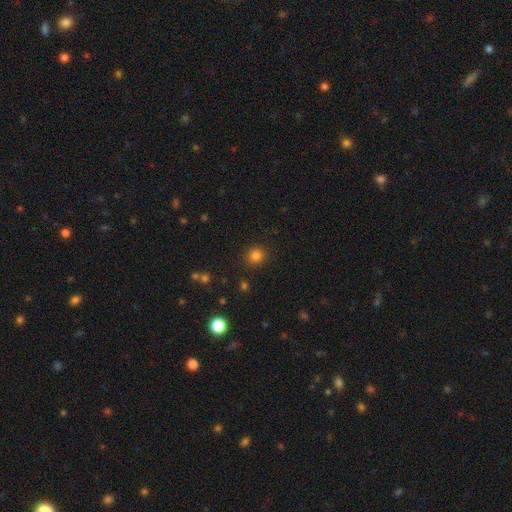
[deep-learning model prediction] smooth_or_featured: smooth (p=0.80) [alt: star or artifact p=0.15]
how_rounded: round (p=0.91) [alt: in between p=0.08]
merging: none (p=0.89) [alt: minor disturbance p=0.07]